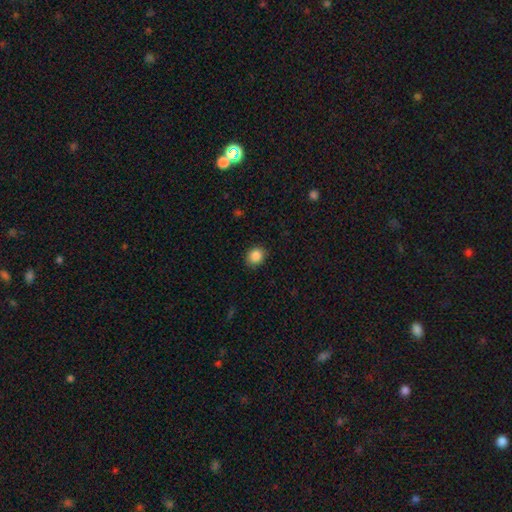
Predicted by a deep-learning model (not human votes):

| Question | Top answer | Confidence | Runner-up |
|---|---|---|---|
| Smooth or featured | smooth | 87% | star or artifact (9%) |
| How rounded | round | 68% | in between (31%) |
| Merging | none | 86% | minor disturbance (10%) |